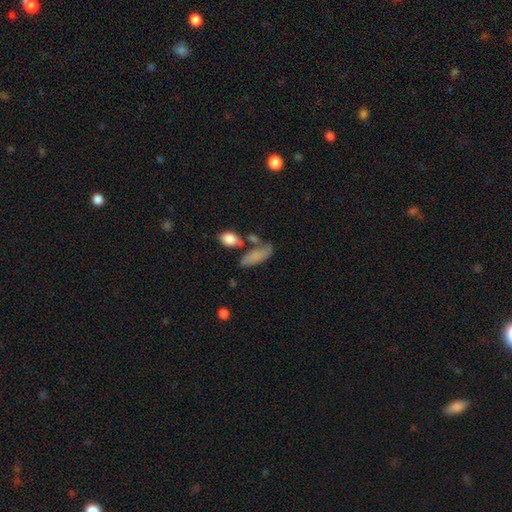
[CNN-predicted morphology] This is likely a smooth galaxy (75%). How rounded: likely in between (67%). Merging: possibly none (55%).